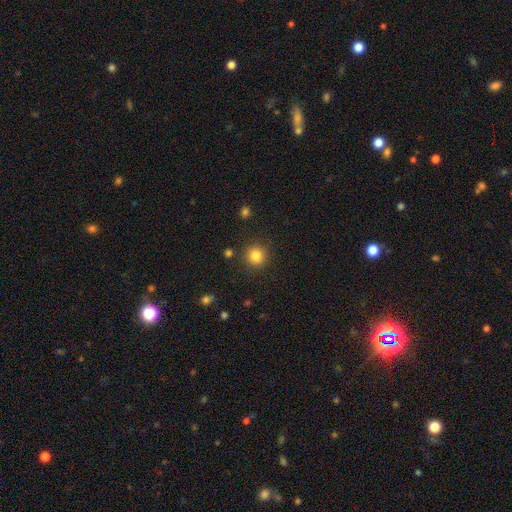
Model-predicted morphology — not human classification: smooth-or-featured: smooth: 83% | star or artifact: 12% | featured or disk: 5%
  how-rounded: round: 92% | in between: 7% | cigar-shaped: 1%
  merging: none: 88% | minor disturbance: 7% | major disturbance: 3% | merger: 2%